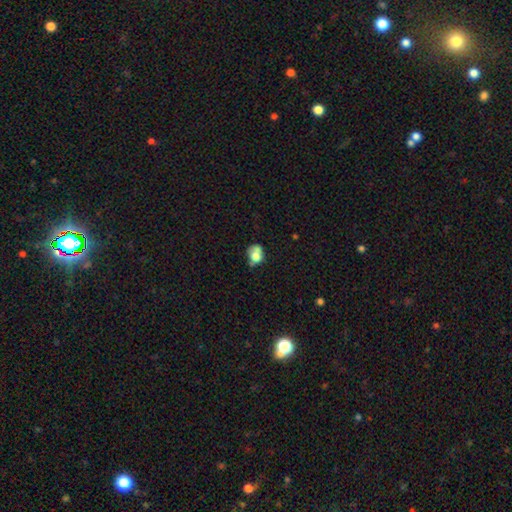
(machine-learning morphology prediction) The model was most divided on "how rounded": round: 50%, in between: 49%, cigar-shaped: 1%. Remaining: smooth or featured — smooth (70%); merging — none (33%).